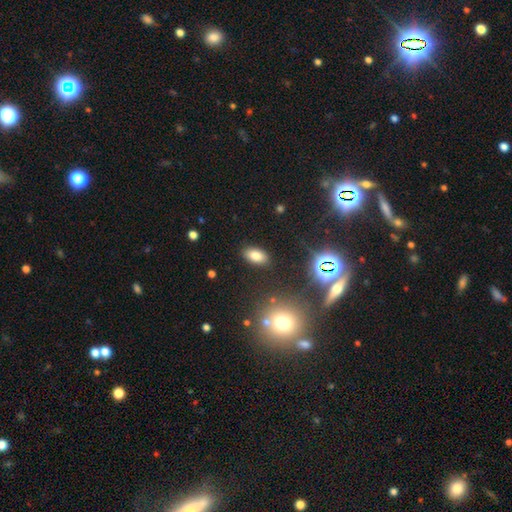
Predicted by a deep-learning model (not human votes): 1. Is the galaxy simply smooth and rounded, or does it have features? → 77% smooth, 15% star or artifact, 8% featured or disk.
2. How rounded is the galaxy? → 92% in between, 5% round, 3% cigar-shaped.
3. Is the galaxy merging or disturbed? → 88% none, 8% minor disturbance, 3% major disturbance, 2% merger.